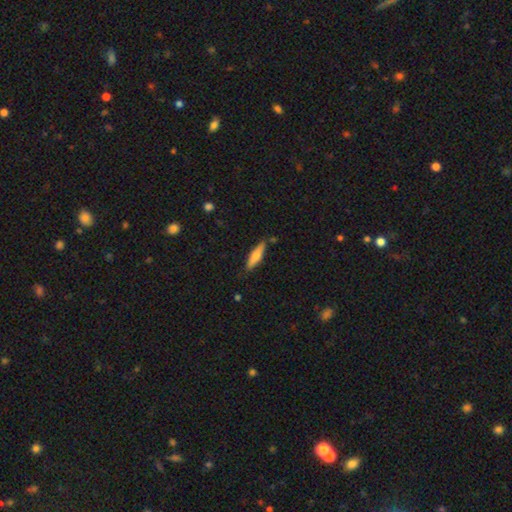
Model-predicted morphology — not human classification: Smooth or featured? smooth (65%)
How rounded? cigar-shaped (72%)
Merging? none (81%)